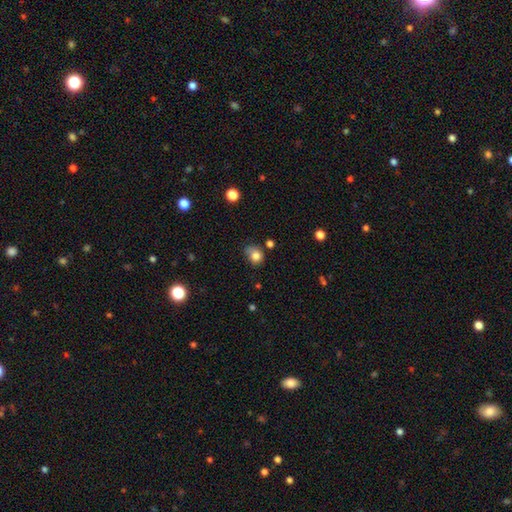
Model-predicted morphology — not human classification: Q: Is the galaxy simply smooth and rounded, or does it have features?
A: smooth — 80%.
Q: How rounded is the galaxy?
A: round — 62%.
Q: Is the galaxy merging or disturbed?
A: none — 53%.